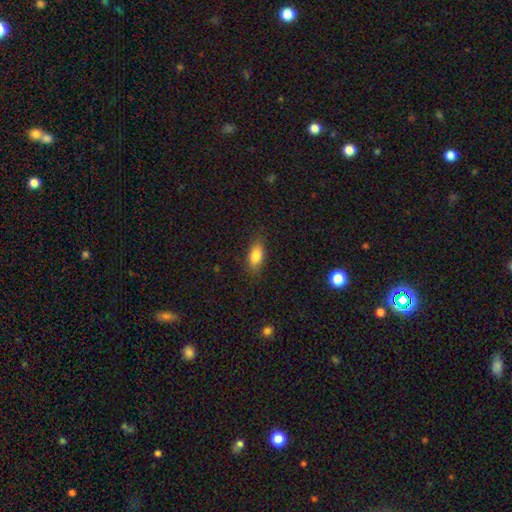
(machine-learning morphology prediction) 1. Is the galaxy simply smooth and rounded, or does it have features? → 82% smooth, 10% featured or disk, 8% star or artifact.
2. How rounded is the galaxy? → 82% in between, 14% cigar-shaped, 5% round.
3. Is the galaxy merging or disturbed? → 83% none, 13% minor disturbance, 3% major disturbance, 1% merger.